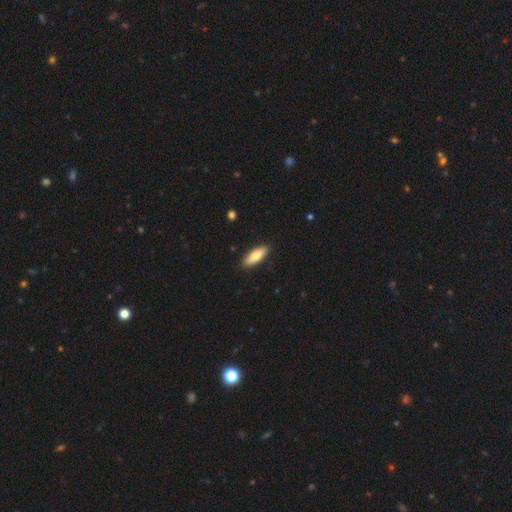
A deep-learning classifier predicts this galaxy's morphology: smooth-or-featured: smooth: 79% | featured or disk: 16% | star or artifact: 5%
  how-rounded: in between: 57% | cigar-shaped: 41% | round: 2%
  merging: none: 89% | minor disturbance: 8% | major disturbance: 2% | merger: 1%